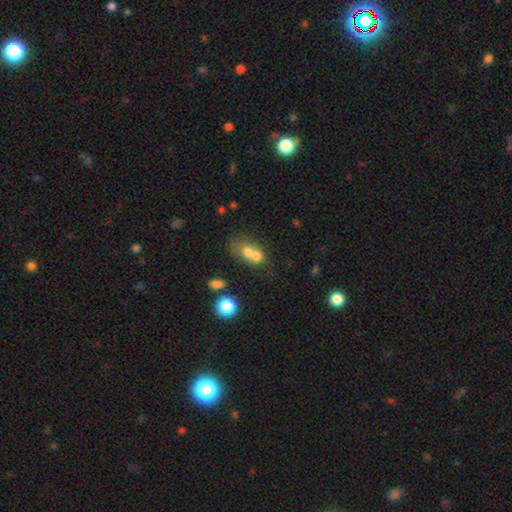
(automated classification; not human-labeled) A smooth galaxy with no disk features (64%) that is round (54%). Merging: merger (66%).